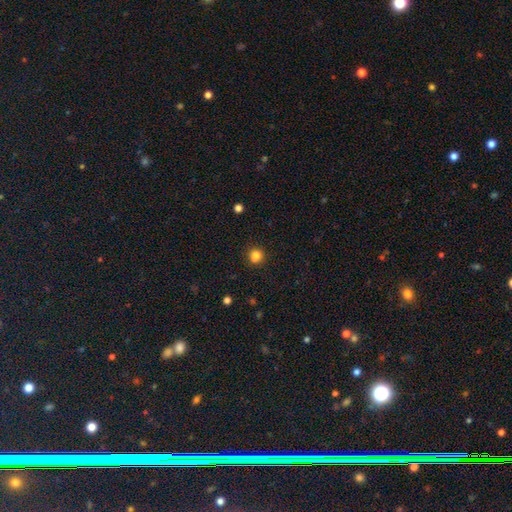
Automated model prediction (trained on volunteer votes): Morphology: type=smooth (82%); roundness=round (88%); merging=none (80%).